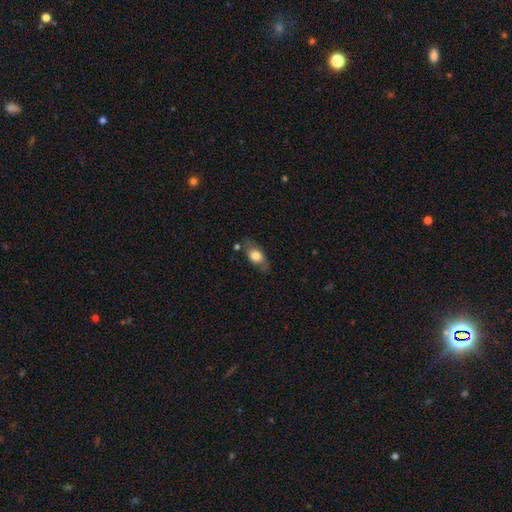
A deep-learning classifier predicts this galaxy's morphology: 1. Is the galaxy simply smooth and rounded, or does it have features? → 67% smooth, 26% featured or disk, 7% star or artifact.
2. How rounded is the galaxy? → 80% in between, 12% round, 8% cigar-shaped.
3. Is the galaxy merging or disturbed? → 71% none, 20% minor disturbance, 6% major disturbance, 4% merger.